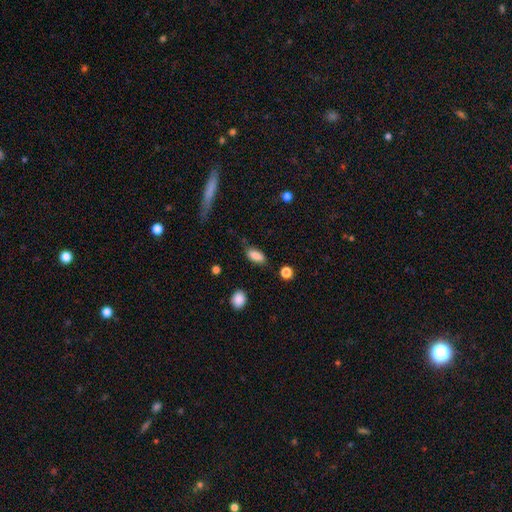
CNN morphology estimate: Overall: smooth (86%). How rounded: in between (87%). Merging: none (76%).